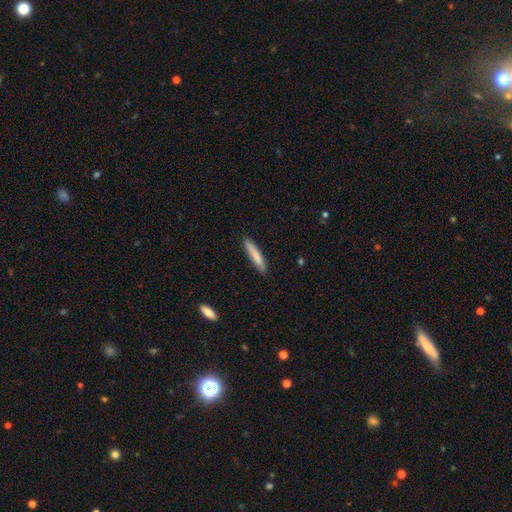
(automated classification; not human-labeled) A smooth galaxy with no disk features (81%) that is cigar-shaped (90%).

Vote fractions:
- Smooth or featured? smooth: 81% / featured or disk: 13% / star or artifact: 6%
- How rounded? cigar-shaped: 90% / in between: 9% / round: 1%
- Merging? none: 87% / minor disturbance: 10% / major disturbance: 2% / merger: 1%